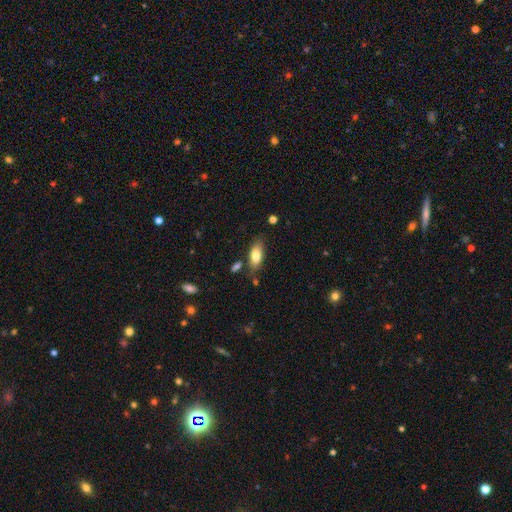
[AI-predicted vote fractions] Morphology: type=smooth (78%); roundness=in between (84%); merging=none (71%).